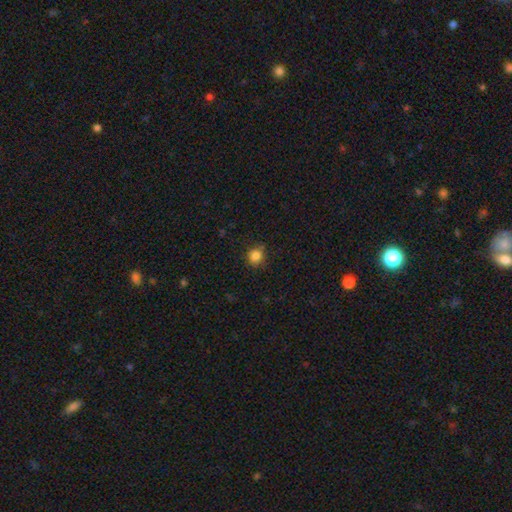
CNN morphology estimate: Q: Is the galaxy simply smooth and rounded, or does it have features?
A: smooth — 83%.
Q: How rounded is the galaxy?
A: round — 80%.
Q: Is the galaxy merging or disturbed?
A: none — 80%.